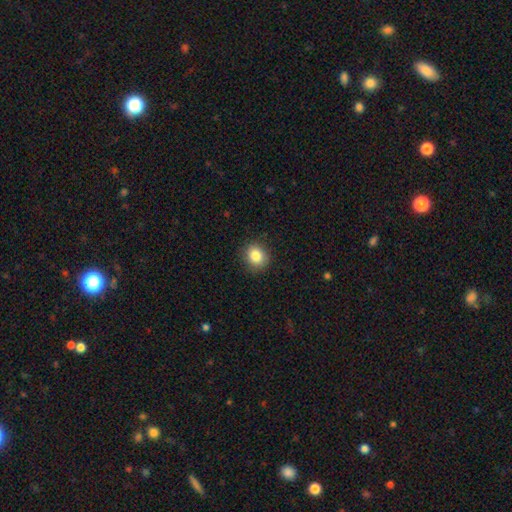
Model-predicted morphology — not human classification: This appears to be a smooth galaxy with no disk features (85%) that is round (74%). Merging: none (88%).